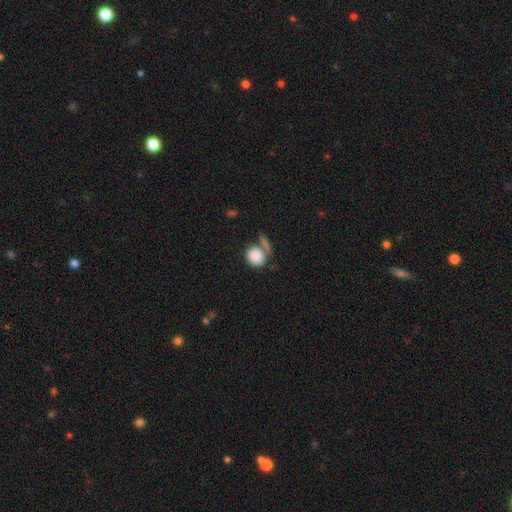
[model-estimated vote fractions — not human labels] Overall: smooth (84%). How rounded: round (80%). Merging: none (53%; merger 23%).